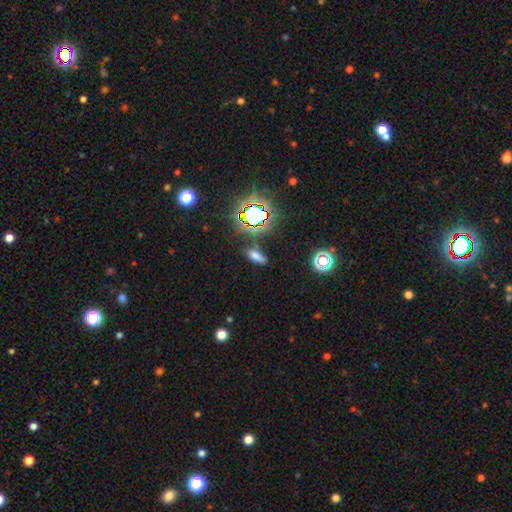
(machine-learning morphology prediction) Smooth or featured: smooth — 65% (star or artifact — 25%)
How rounded: in between — 68% (cigar-shaped — 26%)
Merging: none — 80% (minor disturbance — 12%)